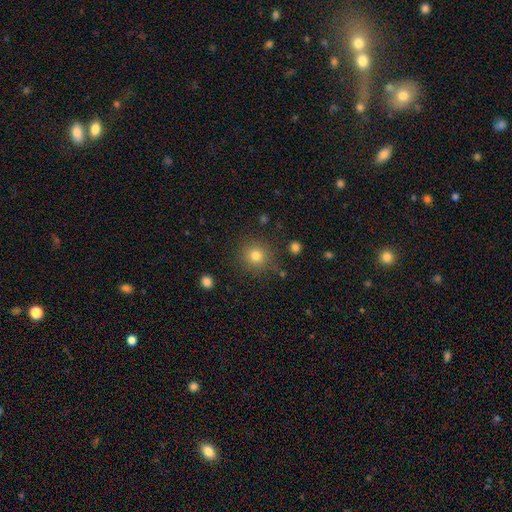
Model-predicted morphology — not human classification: type=smooth (80%); roundness=round (93%); merging=none (85%).